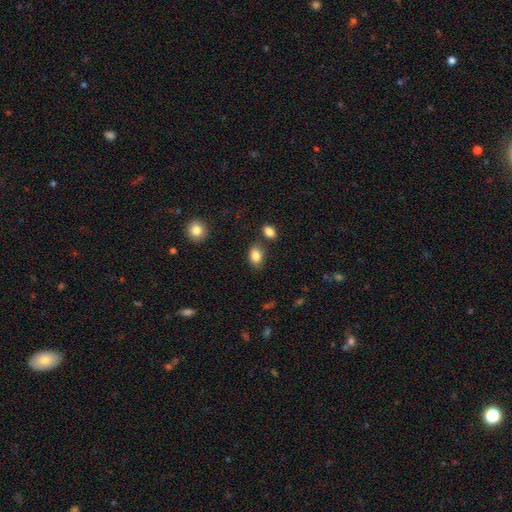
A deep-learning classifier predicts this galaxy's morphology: smooth 85%, star or artifact 8%, featured or disk 7%. Down the decision tree: how rounded — in between (82%); merging — none (77%).